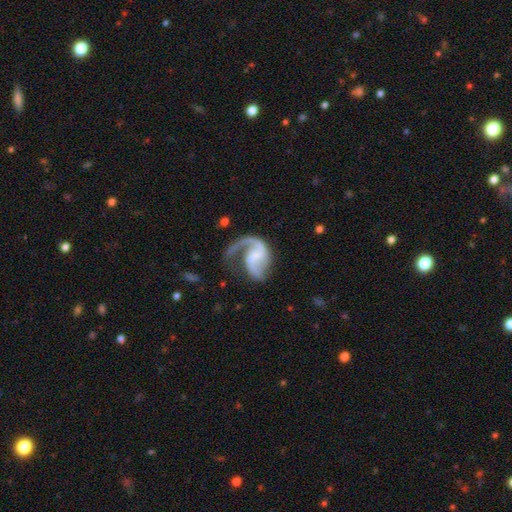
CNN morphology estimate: Smooth or featured? featured or disk (88%)
Edge-on disk? no (98%)
Bar? weak (44%)
Spiral arms? yes (96%)
Spiral winding? loose (49%)
Spiral arm count? 2 (54%)
Bulge size? none (42%)
Merging? none (43%)